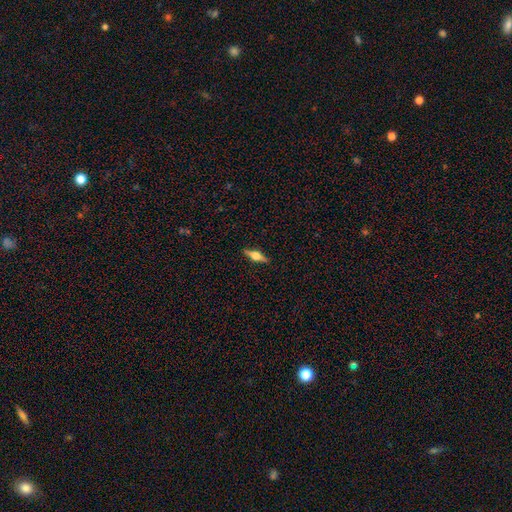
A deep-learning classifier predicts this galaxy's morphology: Smooth or featured?
  - featured or disk: 68% *
  - smooth: 25%
  - star or artifact: 7%
Edge-on disk?
  - yes: 97% *
  - no: 3%
Edge-on bulge?
  - rounded: 93% *
  - boxy: 6%
  - none: 1%
Merging?
  - none: 90% *
  - minor disturbance: 8%
  - major disturbance: 2%
  - merger: 1%